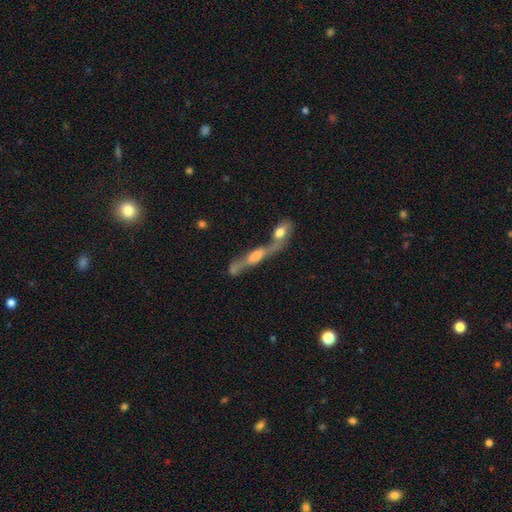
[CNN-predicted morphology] type=featured or disk (58%); edge-on=yes (73%); merging=merger (57%).